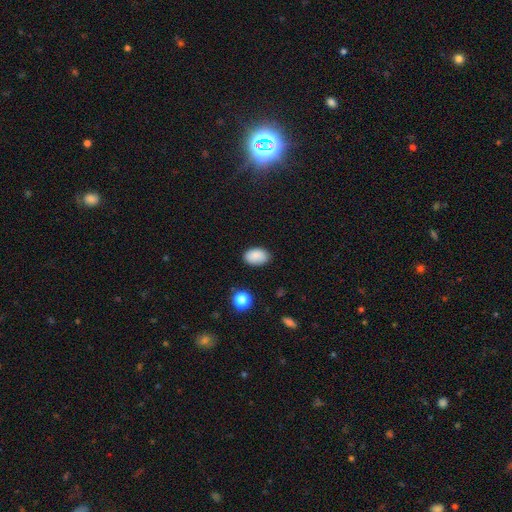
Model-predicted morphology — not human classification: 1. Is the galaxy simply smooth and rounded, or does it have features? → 87% smooth, 8% star or artifact, 5% featured or disk.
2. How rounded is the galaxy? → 89% in between, 10% round, 1% cigar-shaped.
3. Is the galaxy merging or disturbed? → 85% none, 11% minor disturbance, 2% major disturbance, 1% merger.